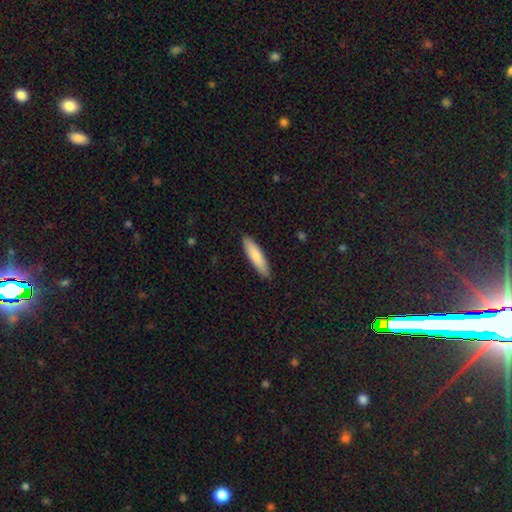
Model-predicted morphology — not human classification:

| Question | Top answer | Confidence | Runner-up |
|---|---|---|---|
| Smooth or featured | smooth | 81% | featured or disk (14%) |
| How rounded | cigar-shaped | 76% | in between (23%) |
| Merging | none | 89% | minor disturbance (8%) |